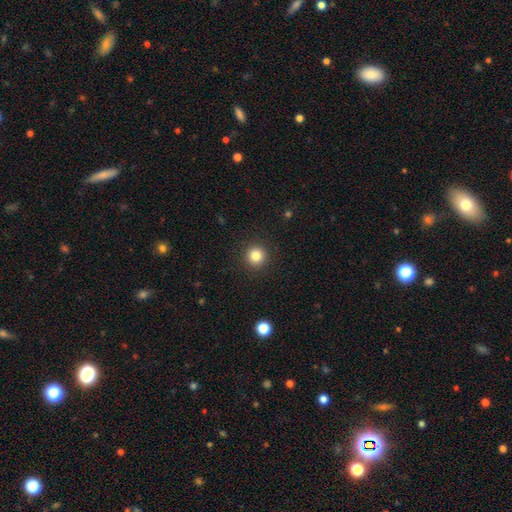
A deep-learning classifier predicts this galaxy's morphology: Smooth or featured?
  - smooth: 83% *
  - star or artifact: 12%
  - featured or disk: 5%
How rounded?
  - round: 95% *
  - in between: 4%
  - cigar-shaped: 1%
Merging?
  - none: 92% *
  - minor disturbance: 5%
  - major disturbance: 2%
  - merger: 1%